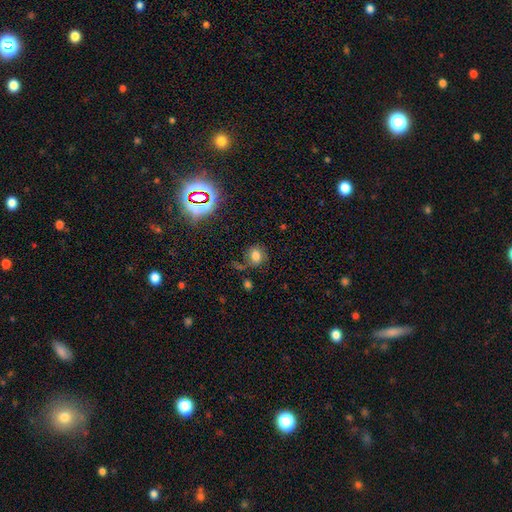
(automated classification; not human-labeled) Smooth or featured? Predicted: smooth (p=0.71). How rounded? Predicted: round (p=0.65). Merging? Predicted: none (p=0.64).